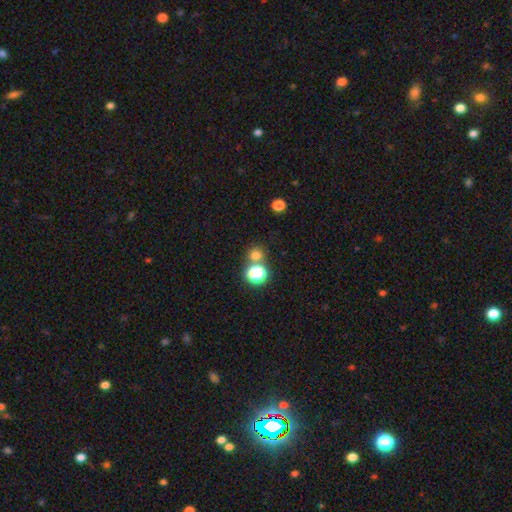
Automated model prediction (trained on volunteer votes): Q: Smooth or featured?
A: smooth (69%); runner-up: star or artifact (24%)
Q: How rounded?
A: round (87%); runner-up: in between (12%)
Q: Merging?
A: none (68%); runner-up: merger (22%)